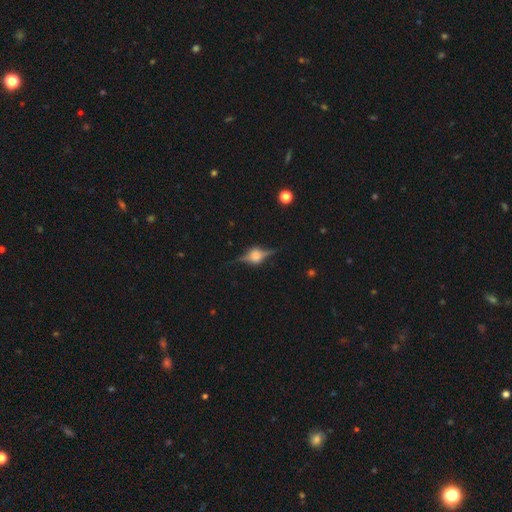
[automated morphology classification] This appears to be a featured or disk galaxy (79%) viewed edge-on (97%) with a rounded central bulge (87%). Merging: none (81%).